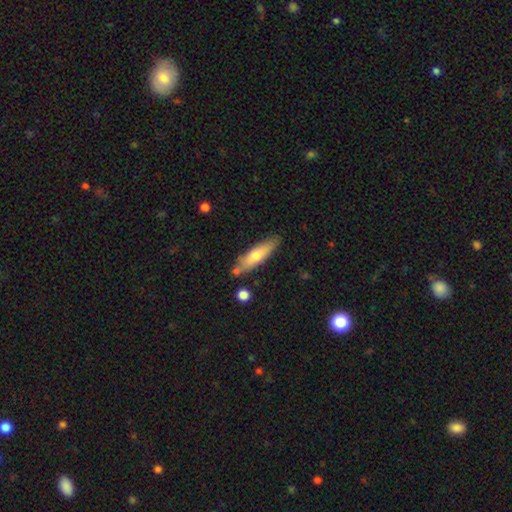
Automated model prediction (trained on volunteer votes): smooth_or_featured: smooth (p=0.64) [alt: featured or disk p=0.30]
how_rounded: cigar-shaped (p=0.71) [alt: in between p=0.27]
merging: none (p=0.77) [alt: minor disturbance p=0.14]